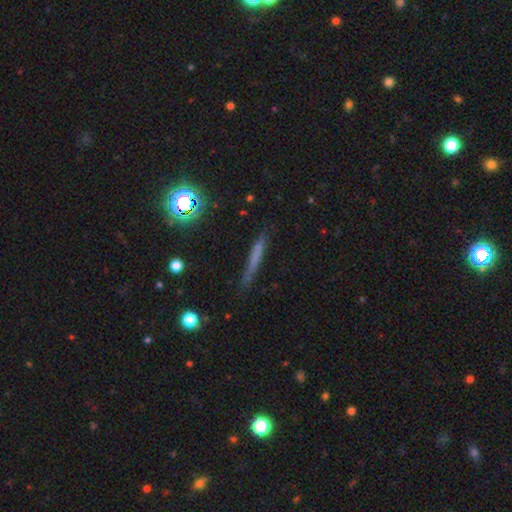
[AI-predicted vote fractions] smooth 54%, featured or disk 30%, star or artifact 17%. Down the decision tree: how rounded — cigar-shaped (92%); merging — none (79%).